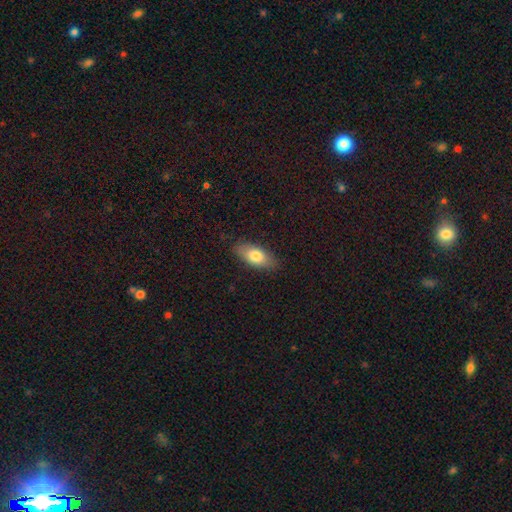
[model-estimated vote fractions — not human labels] Smooth or featured? smooth (77%)
How rounded? in between (86%)
Merging? none (85%)